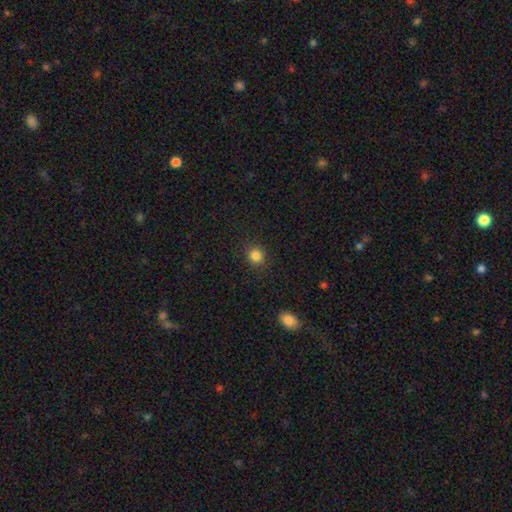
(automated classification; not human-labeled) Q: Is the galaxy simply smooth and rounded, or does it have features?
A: smooth — 84%.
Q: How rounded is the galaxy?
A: round — 86%.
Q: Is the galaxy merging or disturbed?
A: none — 90%.